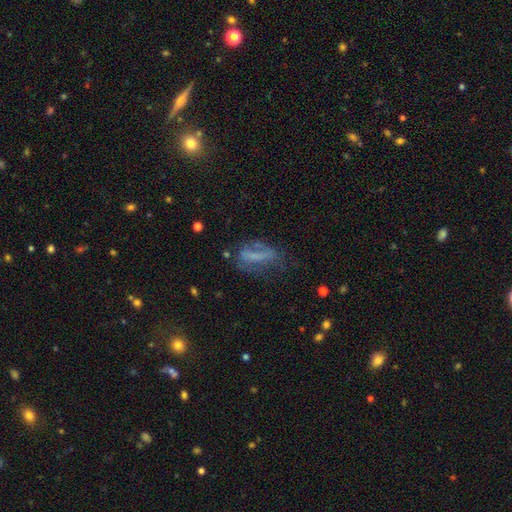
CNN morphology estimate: This appears to be a smooth galaxy with no disk features (47%). Merging: none (41%).